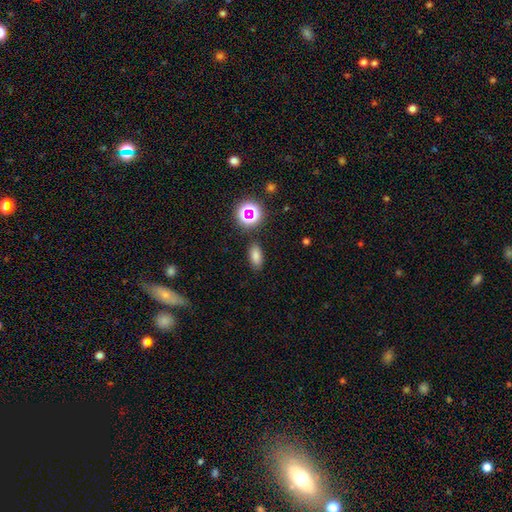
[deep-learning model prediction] Smooth or featured?
  - smooth: 75% *
  - star or artifact: 17%
  - featured or disk: 7%
How rounded?
  - in between: 87% *
  - round: 9%
  - cigar-shaped: 5%
Merging?
  - none: 84% *
  - minor disturbance: 10%
  - major disturbance: 3%
  - merger: 3%